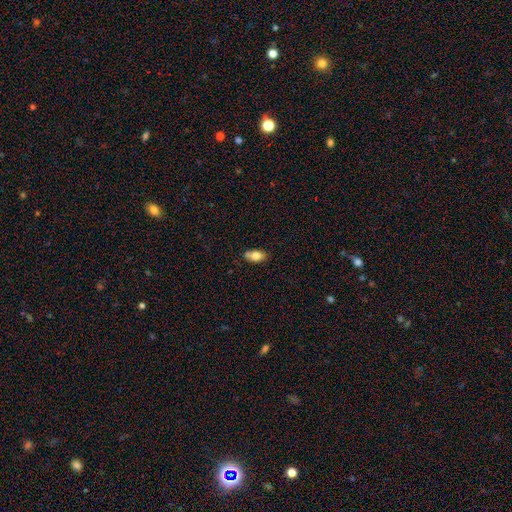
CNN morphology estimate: Smooth or featured?
  - smooth: 78% *
  - featured or disk: 14%
  - star or artifact: 8%
How rounded?
  - in between: 89% *
  - round: 6%
  - cigar-shaped: 5%
Merging?
  - none: 70% *
  - minor disturbance: 20%
  - merger: 6%
  - major disturbance: 3%